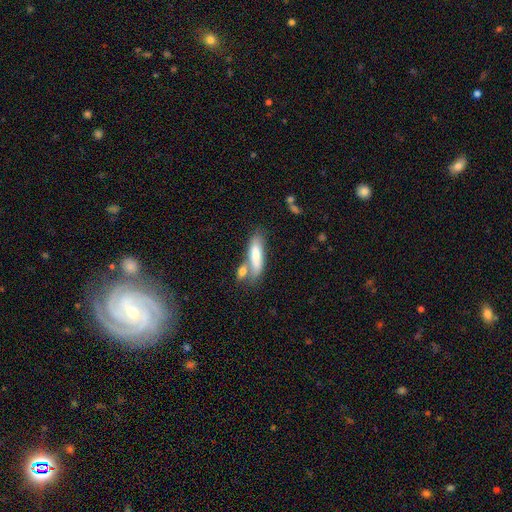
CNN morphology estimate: This is likely a smooth galaxy (76%). How rounded: possibly cigar-shaped (55%). Merging: marginally none (41%).